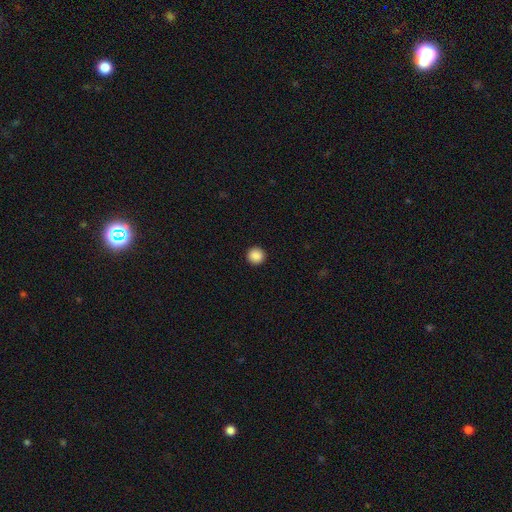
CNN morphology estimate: The model was most divided on "smooth or featured": smooth: 89%, star or artifact: 9%, featured or disk: 2%. More confident: how rounded — round (96%); merging — none (94%).